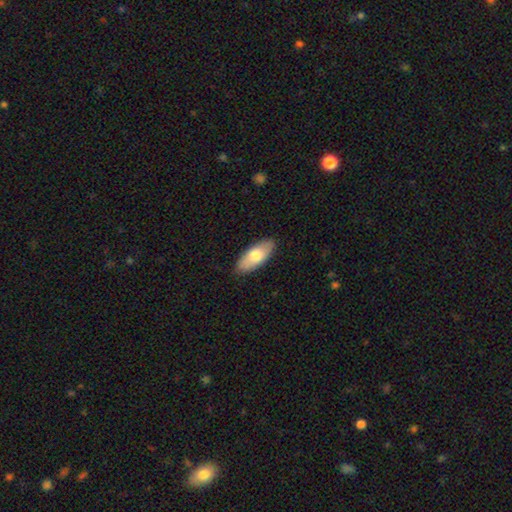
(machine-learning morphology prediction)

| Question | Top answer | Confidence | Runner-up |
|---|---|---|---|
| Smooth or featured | smooth | 73% | featured or disk (22%) |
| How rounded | in between | 84% | cigar-shaped (14%) |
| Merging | none | 88% | minor disturbance (10%) |